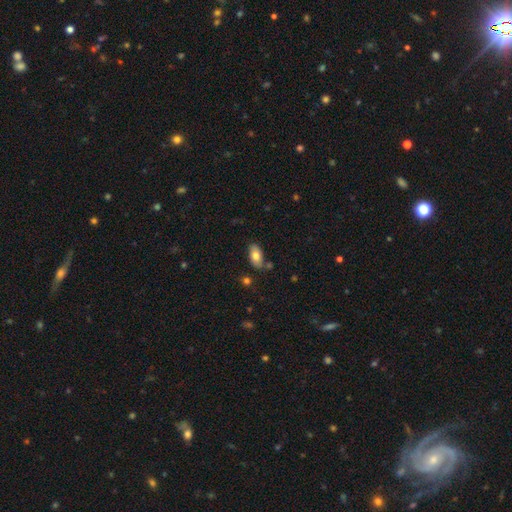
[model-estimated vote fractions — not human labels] smooth 78%, featured or disk 15%, star or artifact 7%. Down the decision tree: how rounded — in between (93%); merging — none (79%).